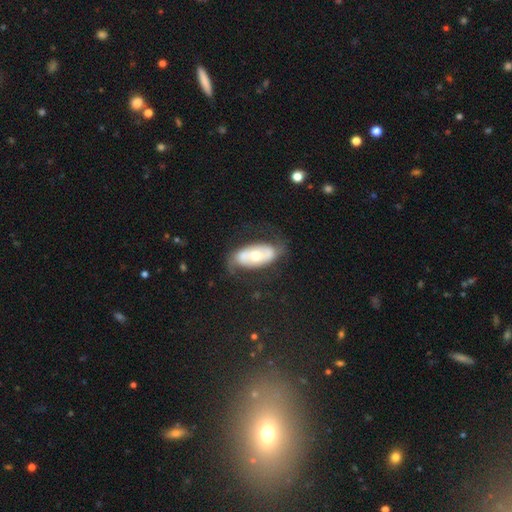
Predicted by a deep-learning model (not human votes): Smooth or featured?
  - featured or disk: 63% *
  - smooth: 31%
  - star or artifact: 6%
Edge-on disk?
  - no: 90% *
  - yes: 10%
Bar?
  - no: 57% *
  - weak: 24%
  - strong: 19%
Spiral arms?
  - yes: 65% *
  - no: 35%
Bulge size?
  - moderate: 66% *
  - small: 22%
  - large: 9%
  - dominant: 2%
  - none: 1%
Merging?
  - none: 64% *
  - minor disturbance: 19%
  - major disturbance: 14%
  - merger: 3%